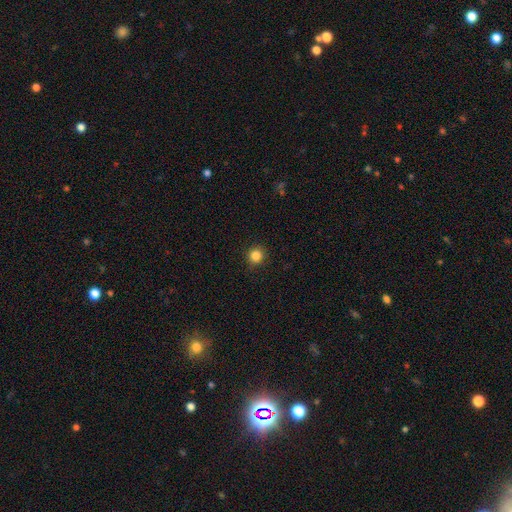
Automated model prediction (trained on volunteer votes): This appears to be a smooth galaxy with no disk features (85%) that is round (94%). Merging: none (91%).